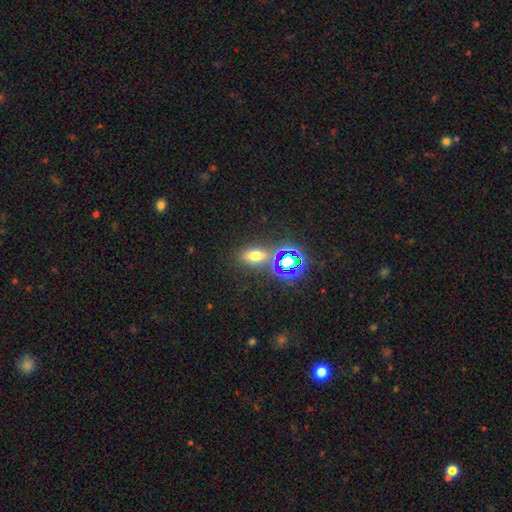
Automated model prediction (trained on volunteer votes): smooth-or-featured: smooth: 53% | star or artifact: 34% | featured or disk: 12%
  how-rounded: in between: 74% | round: 18% | cigar-shaped: 8%
  merging: none: 72% | merger: 12% | minor disturbance: 11% | major disturbance: 5%